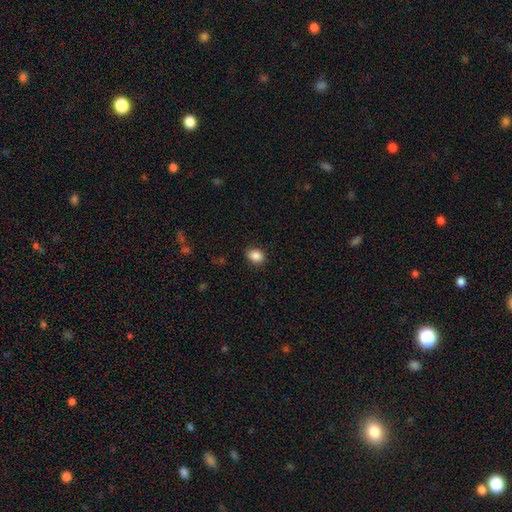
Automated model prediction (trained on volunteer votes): smooth 87%, star or artifact 9%, featured or disk 4%. Down the decision tree: how rounded — in between (55%); merging — none (86%).